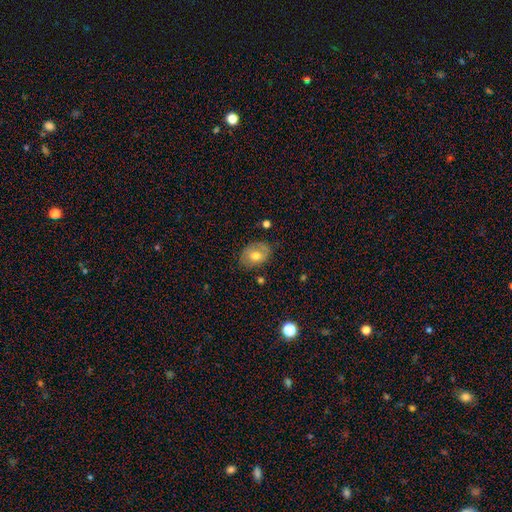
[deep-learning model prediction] Morphology: type=smooth (63%); roundness=in between (70%); merging=none (70%).